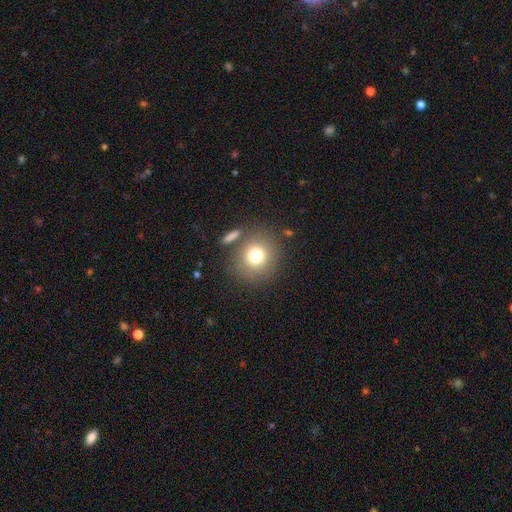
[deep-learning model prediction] smooth-or-featured: smooth: 76% | featured or disk: 12% | star or artifact: 12%
  how-rounded: round: 86% | in between: 13% | cigar-shaped: 1%
  merging: none: 77% | minor disturbance: 10% | merger: 9% | major disturbance: 4%